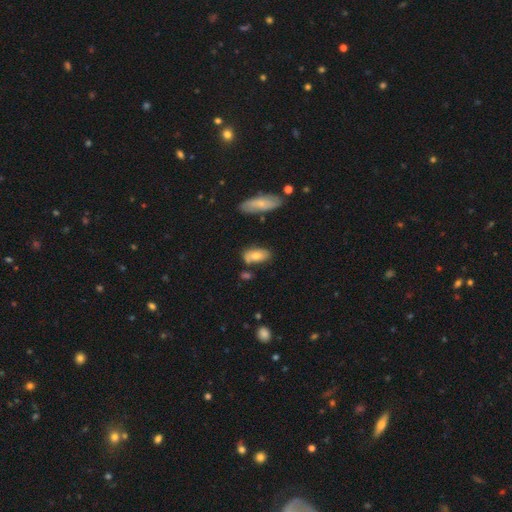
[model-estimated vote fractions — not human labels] Smooth or featured: smooth — 69% (featured or disk — 24%)
How rounded: in between — 89% (cigar-shaped — 7%)
Merging: none — 64% (minor disturbance — 20%)